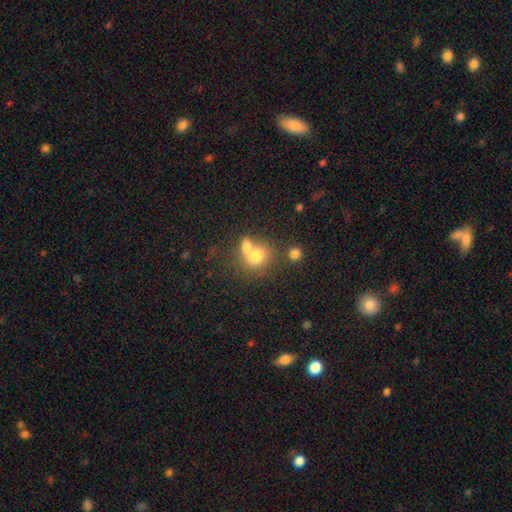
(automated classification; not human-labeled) Smooth or featured?
  - smooth: 73% *
  - featured or disk: 15%
  - star or artifact: 12%
How rounded?
  - round: 62% *
  - in between: 37%
  - cigar-shaped: 1%
Merging?
  - merger: 52% *
  - none: 33%
  - minor disturbance: 9%
  - major disturbance: 5%